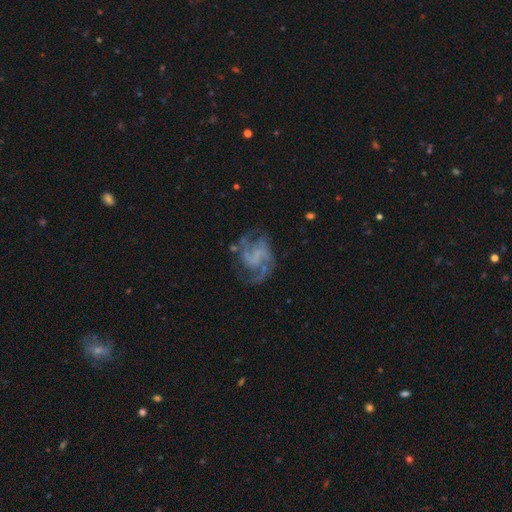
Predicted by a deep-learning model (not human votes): Smooth or featured? featured or disk (83%)
Edge-on disk? no (98%)
Bar? no (50%)
Spiral arms? yes (93%)
Spiral winding? medium (50%)
Spiral arm count? 2 (55%)
Bulge size? none (67%)
Merging? none (61%)